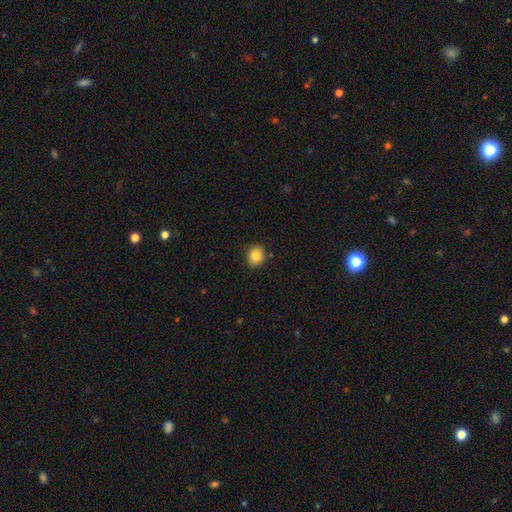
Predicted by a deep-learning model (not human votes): smooth_or_featured: smooth (p=0.85) [alt: star or artifact p=0.09]
how_rounded: round (p=0.61) [alt: in between p=0.38]
merging: none (p=0.86) [alt: minor disturbance p=0.10]